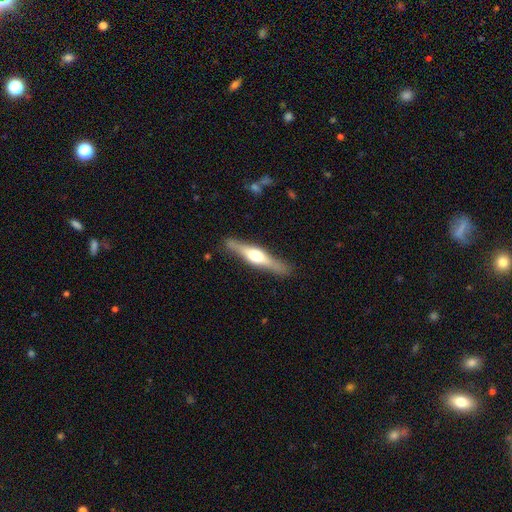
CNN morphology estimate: featured or disk 70%, smooth 25%, star or artifact 5%. Down the decision tree: edge-on disk — yes (96%); edge-on bulge — rounded (91%); merging — none (87%).